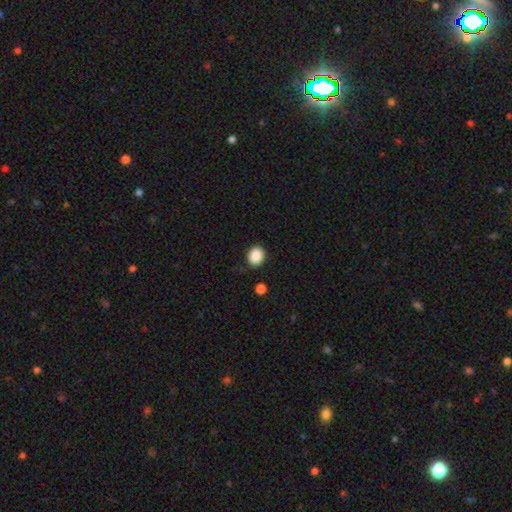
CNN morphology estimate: Overall: smooth (88%). How rounded: round (67%; in between 32%). Merging: none (86%).